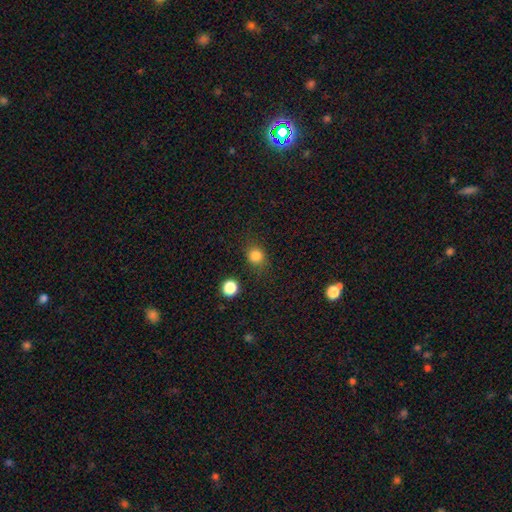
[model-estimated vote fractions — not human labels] Smooth or featured? Predicted: smooth (p=0.82). How rounded? Predicted: round (p=0.77). Merging? Predicted: none (p=0.78).